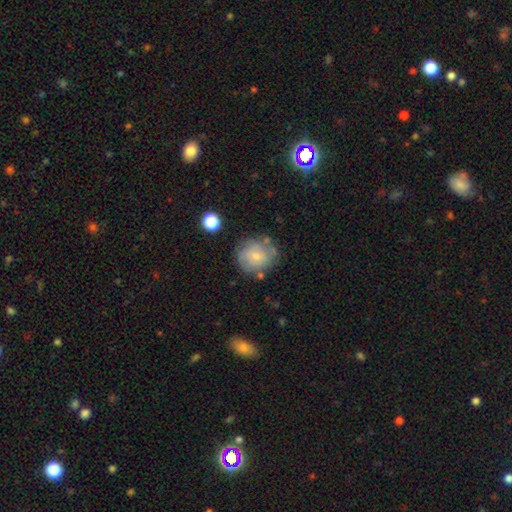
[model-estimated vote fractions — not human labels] A smooth galaxy with no disk features (59%) that is round (84%).

Vote fractions:
- Smooth or featured? smooth: 59% / featured or disk: 33% / star or artifact: 8%
- How rounded? round: 84% / in between: 15% / cigar-shaped: 1%
- Merging? none: 66% / minor disturbance: 20% / major disturbance: 8% / merger: 6%